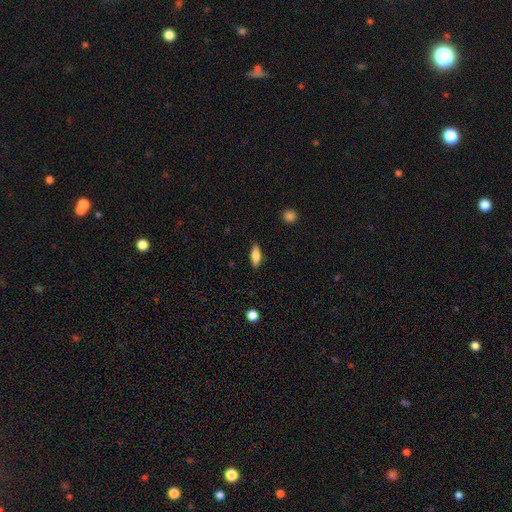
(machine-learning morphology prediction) Smooth or featured? smooth (79%)
How rounded? in between (68%)
Merging? none (86%)